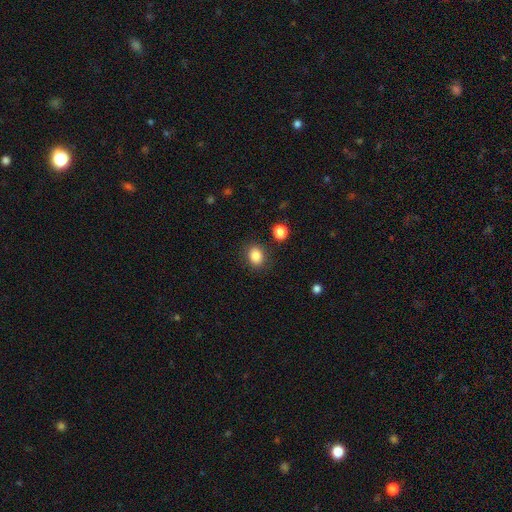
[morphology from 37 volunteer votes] Smooth or featured? 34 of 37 (92%) said smooth. How rounded? 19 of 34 (56%) said round. Merging? 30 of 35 (86%) said none.